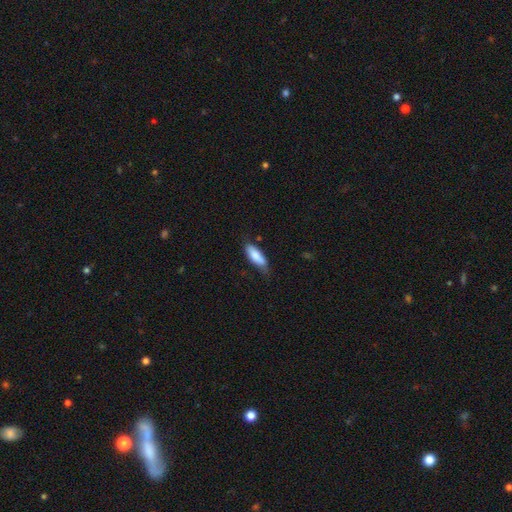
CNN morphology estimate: smooth 81%, featured or disk 13%, star or artifact 6%. Down the decision tree: how rounded — in between (61%); merging — none (62%).